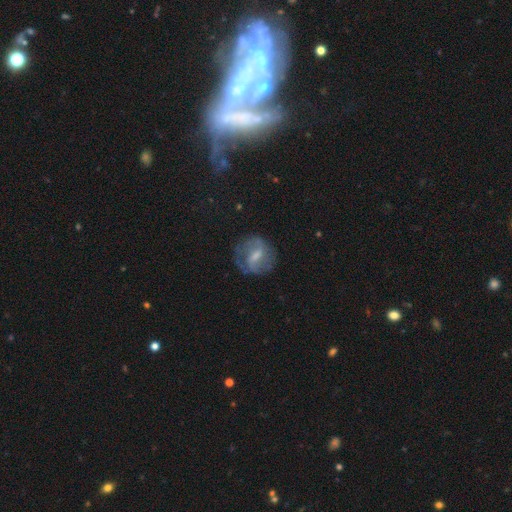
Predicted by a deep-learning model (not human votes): Smooth or featured? Predicted: featured or disk (p=0.64). Edge-on disk? Predicted: no (p=0.96). Bar? Predicted: weak (p=0.50). Spiral arms? Predicted: yes (p=0.77). Bulge size? Predicted: small (p=0.36, tied with moderate). Merging? Predicted: none (p=0.64).